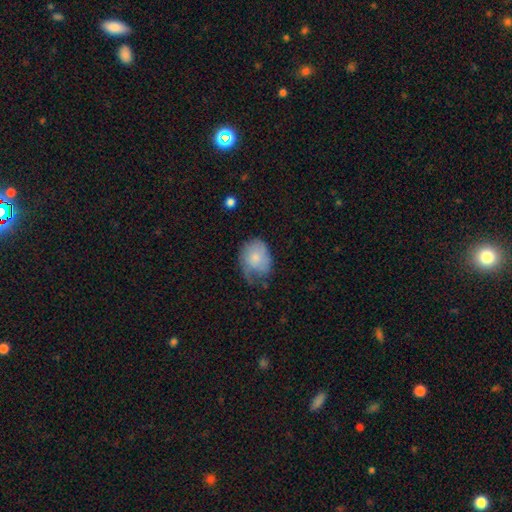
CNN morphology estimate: Smooth or featured?
  - smooth: 68% *
  - featured or disk: 26%
  - star or artifact: 7%
How rounded?
  - in between: 58% *
  - round: 41%
  - cigar-shaped: 1%
Merging?
  - minor disturbance: 41% *
  - none: 34%
  - major disturbance: 23%
  - merger: 2%